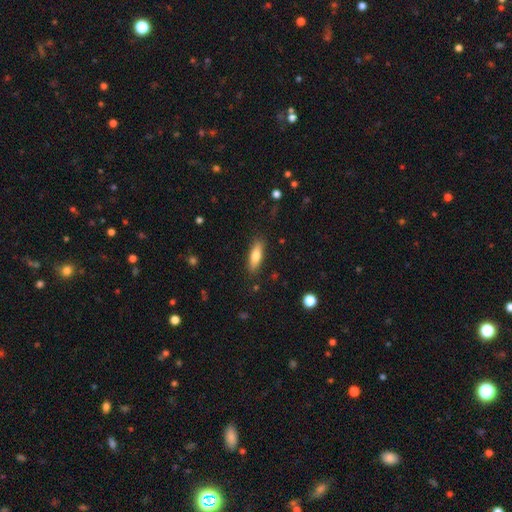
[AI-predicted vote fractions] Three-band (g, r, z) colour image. It shows a smooth galaxy with no disk features (75%) that is in between round and cigar-shaped (50%). Merging: none (85%).